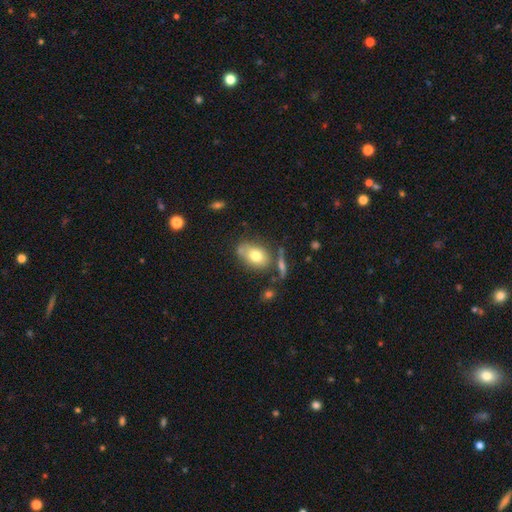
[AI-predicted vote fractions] smooth_or_featured: smooth (p=0.73) [alt: featured or disk p=0.19]
how_rounded: in between (p=0.81) [alt: round p=0.17]
merging: none (p=0.57) [alt: minor disturbance p=0.19]